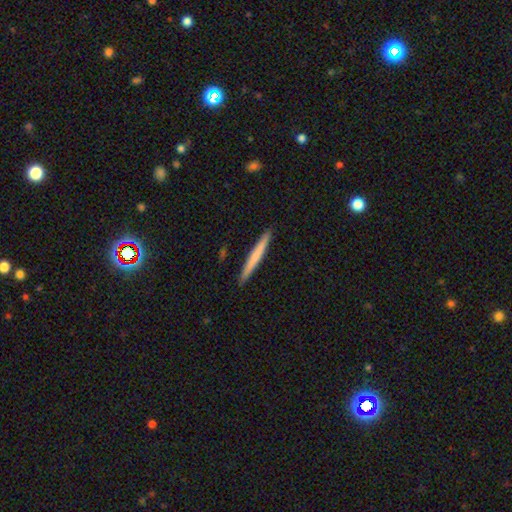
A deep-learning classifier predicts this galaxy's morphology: A smooth galaxy with no disk features (66%) that is cigar-shaped (97%).

Vote fractions:
- Smooth or featured? smooth: 66% / featured or disk: 29% / star or artifact: 5%
- How rounded? cigar-shaped: 97% / in between: 2% / round: 1%
- Merging? none: 92% / minor disturbance: 6% / major disturbance: 1% / merger: 1%